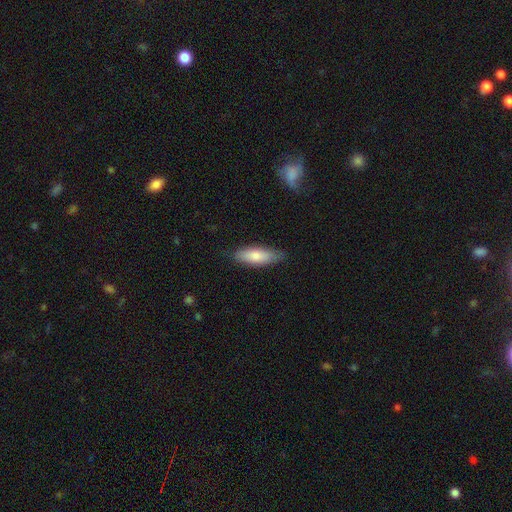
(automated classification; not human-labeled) smooth 79%, featured or disk 16%, star or artifact 6%. Down the decision tree: how rounded — in between (53%); merging — none (81%).